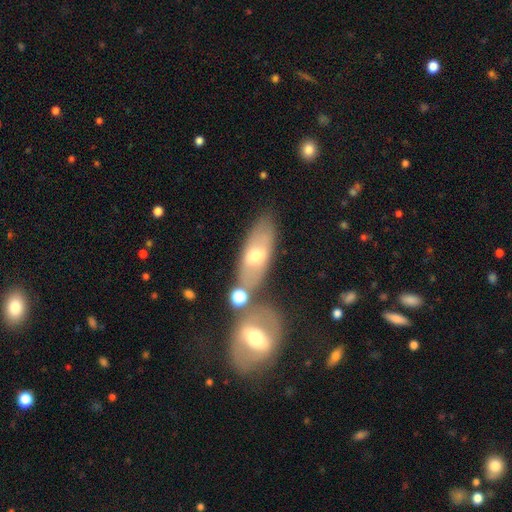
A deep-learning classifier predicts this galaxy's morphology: Smooth or featured?
  - smooth: 51% *
  - featured or disk: 41%
  - star or artifact: 8%
How rounded?
  - in between: 71% *
  - cigar-shaped: 24%
  - round: 4%
Merging?
  - none: 64% *
  - merger: 18%
  - minor disturbance: 13%
  - major disturbance: 4%